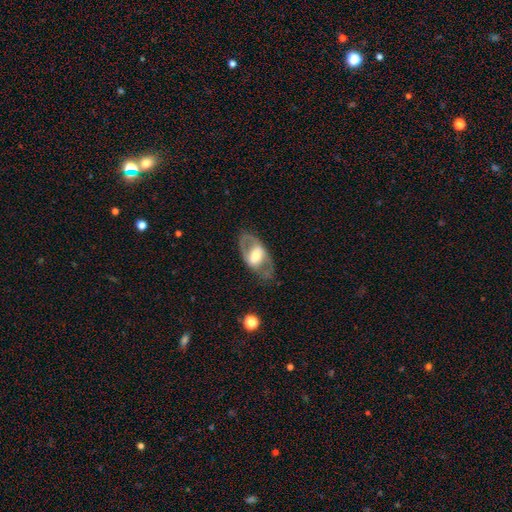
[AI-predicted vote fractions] Smooth or featured? featured or disk (69%)
Edge-on disk? no (89%)
Bar? weak (36%)
Spiral arms? yes (52%)
Bulge size? moderate (52%)
Merging? none (71%)